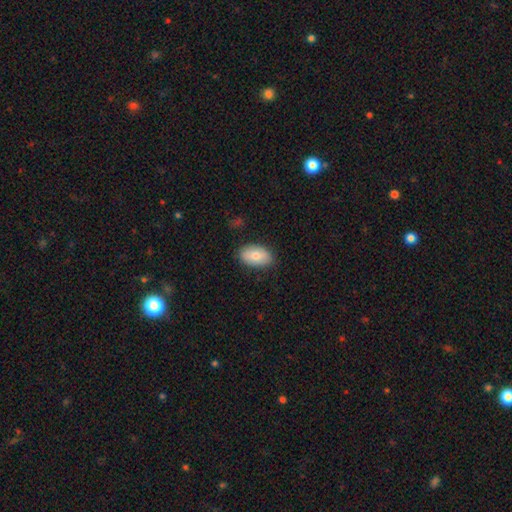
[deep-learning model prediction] A smooth galaxy with no disk features (80%) that is in between round and cigar-shaped (93%). Merging: none (85%).